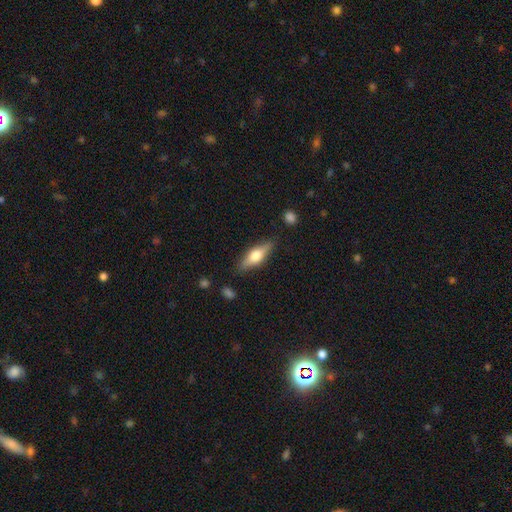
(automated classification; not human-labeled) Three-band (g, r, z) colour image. It shows a smooth galaxy with no disk features (47%, tied with featured or disk). Merging: none (84%).